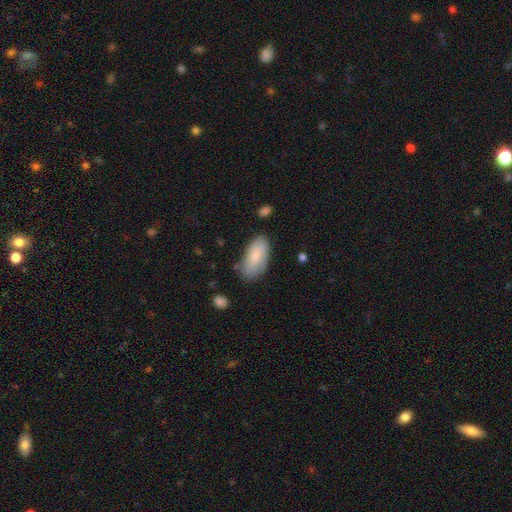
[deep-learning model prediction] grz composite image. It shows a smooth galaxy with no disk features (81%) that is in between round and cigar-shaped (92%). Merging: none (71%).